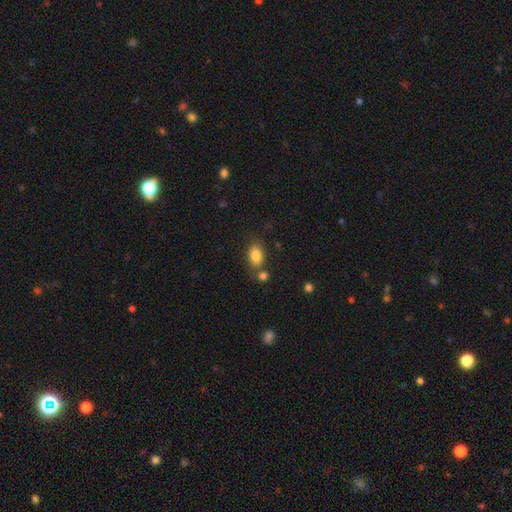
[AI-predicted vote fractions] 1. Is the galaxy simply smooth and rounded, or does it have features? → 83% smooth, 9% star or artifact, 8% featured or disk.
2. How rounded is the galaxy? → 86% in between, 11% round, 2% cigar-shaped.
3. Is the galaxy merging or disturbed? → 66% none, 17% merger, 13% minor disturbance, 4% major disturbance.